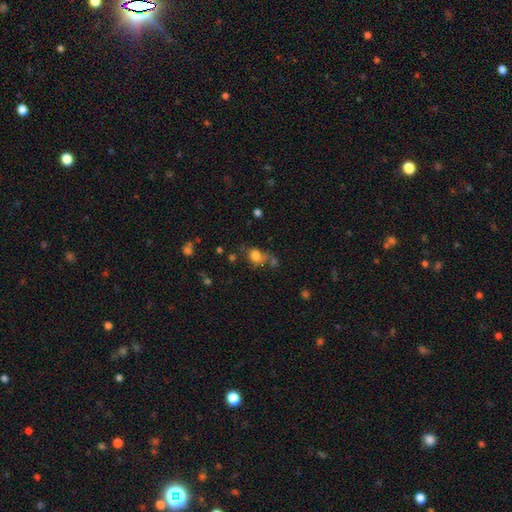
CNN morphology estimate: smooth 77%, star or artifact 13%, featured or disk 10%. Down the decision tree: how rounded — in between (50%); merging — none (46%).